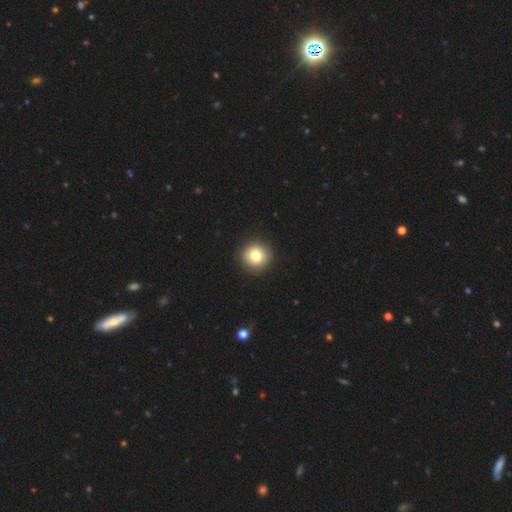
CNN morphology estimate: Overall: smooth (80%). How rounded: round (95%). Merging: none (92%).